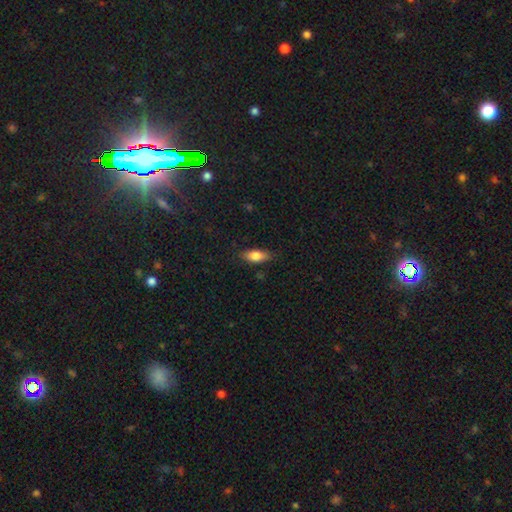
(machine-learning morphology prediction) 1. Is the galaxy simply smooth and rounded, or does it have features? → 80% smooth, 13% featured or disk, 7% star or artifact.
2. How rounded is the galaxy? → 78% in between, 18% cigar-shaped, 3% round.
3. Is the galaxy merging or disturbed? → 82% none, 14% minor disturbance, 3% major disturbance, 1% merger.